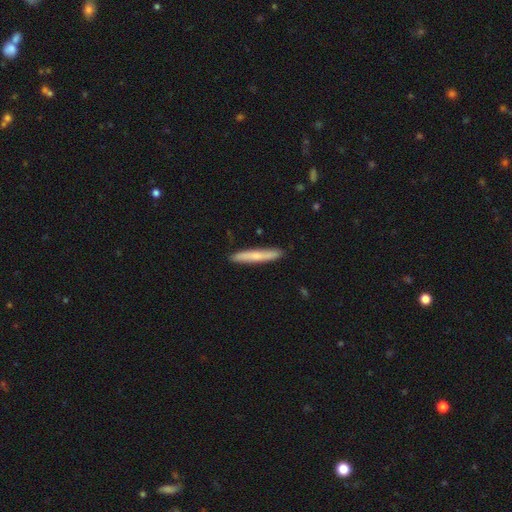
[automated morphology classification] smooth_or_featured: smooth (p=0.62) [alt: featured or disk p=0.33]
how_rounded: cigar-shaped (p=0.95) [alt: in between p=0.04]
merging: none (p=0.89) [alt: minor disturbance p=0.08]